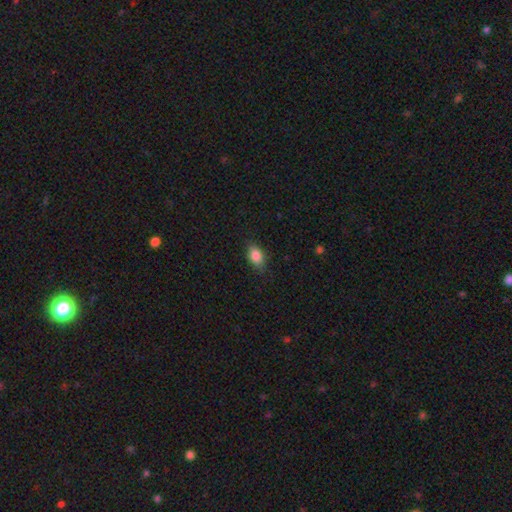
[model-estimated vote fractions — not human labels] smooth 85%, star or artifact 8%, featured or disk 6%. Down the decision tree: how rounded — in between (82%); merging — none (81%).